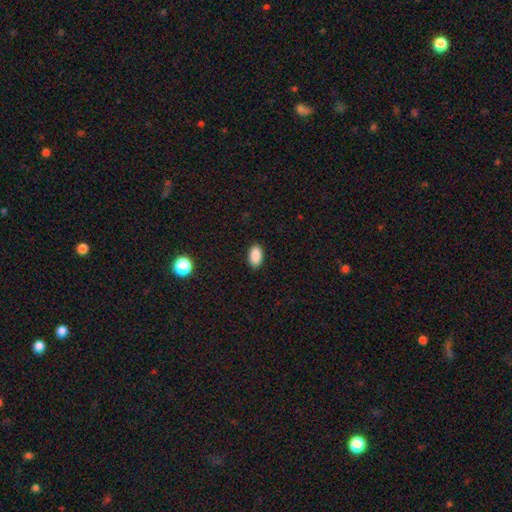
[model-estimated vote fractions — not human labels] Q: Smooth or featured?
A: smooth (88%); runner-up: star or artifact (8%)
Q: How rounded?
A: in between (93%); runner-up: round (5%)
Q: Merging?
A: none (90%); runner-up: minor disturbance (7%)